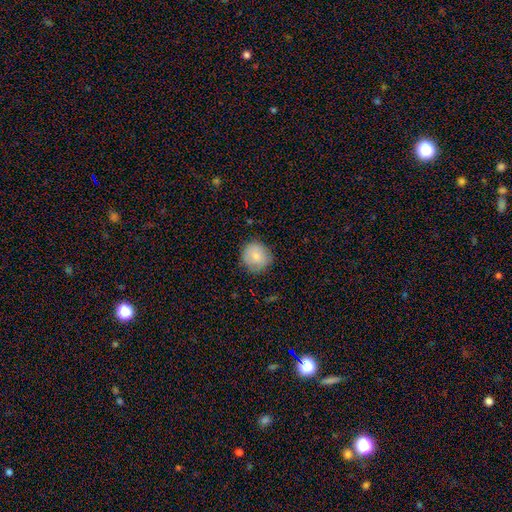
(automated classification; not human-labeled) Overall: smooth (79%). How rounded: round (91%). Merging: none (82%).